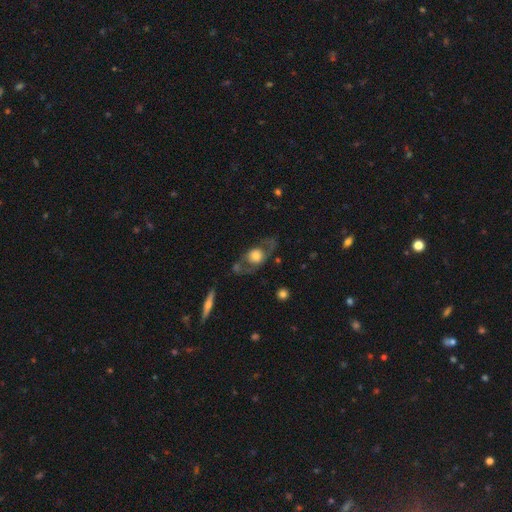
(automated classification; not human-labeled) Morphology: type=smooth (46%, tied with featured or disk); merging=none (51%).